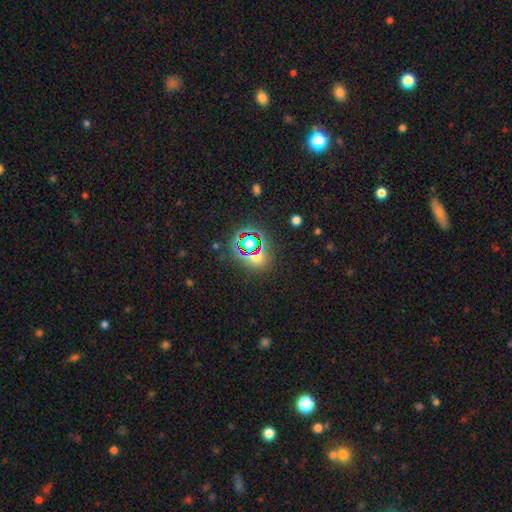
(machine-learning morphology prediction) This is possibly a star or artifact rather than a galaxy (56%).